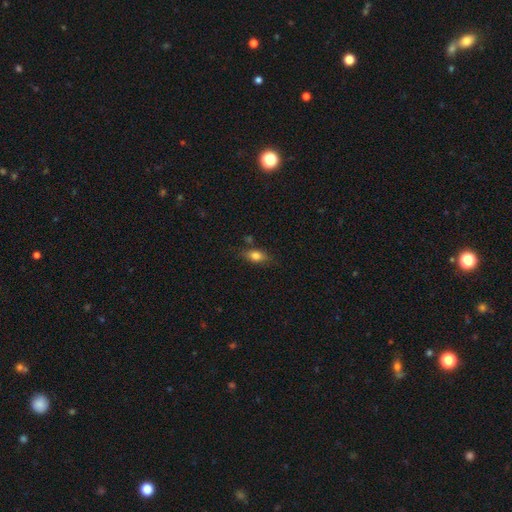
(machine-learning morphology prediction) A smooth galaxy with no disk features (73%) that is in between round and cigar-shaped (76%). Merging: none (72%).